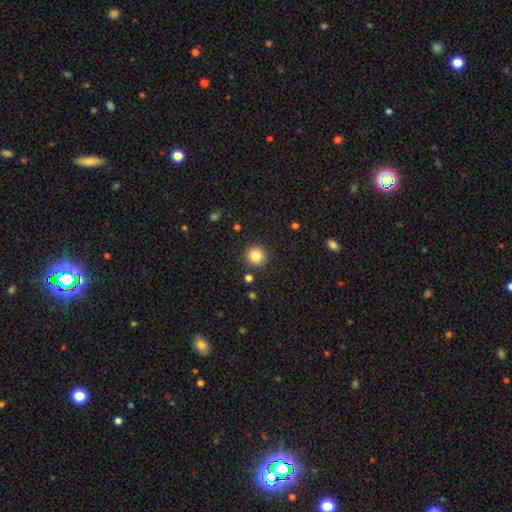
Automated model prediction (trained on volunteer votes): The model was most divided on "smooth or featured": smooth: 84%, star or artifact: 11%, featured or disk: 6%. More confident: how rounded — round (94%); merging — none (89%).